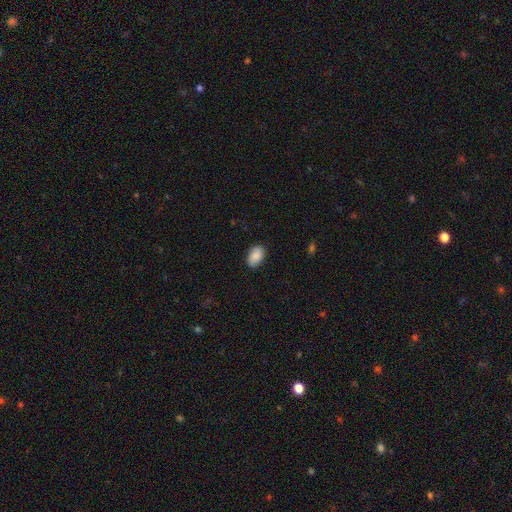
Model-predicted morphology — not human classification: Smooth or featured?
  - smooth: 88% *
  - star or artifact: 7%
  - featured or disk: 5%
How rounded?
  - in between: 90% *
  - round: 8%
  - cigar-shaped: 1%
Merging?
  - none: 86% *
  - minor disturbance: 11%
  - major disturbance: 2%
  - merger: 1%